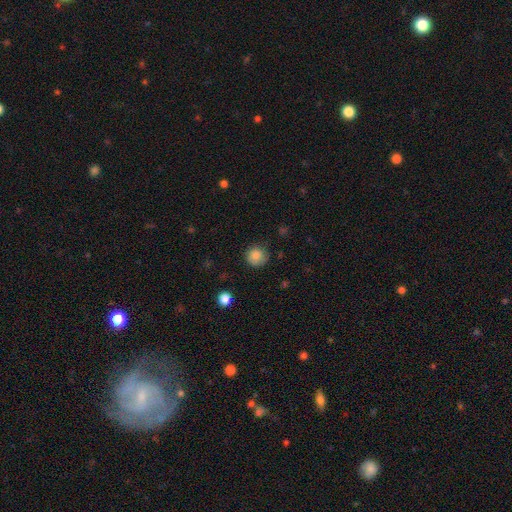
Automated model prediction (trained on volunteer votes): Smooth or featured: smooth — 84% (star or artifact — 10%)
How rounded: round — 91% (in between — 8%)
Merging: none — 76% (minor disturbance — 18%)